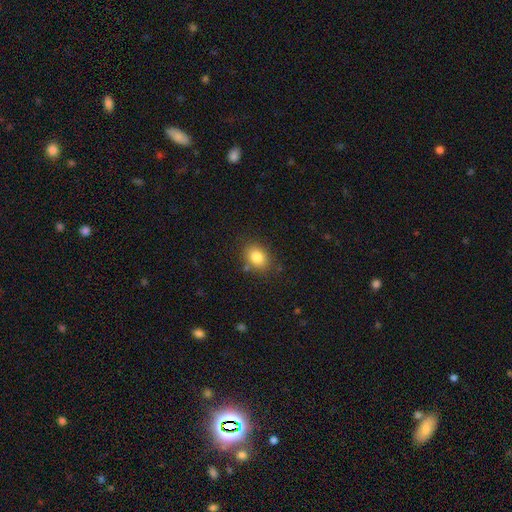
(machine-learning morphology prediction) type=smooth (83%); roundness=in between (59%); merging=none (82%).